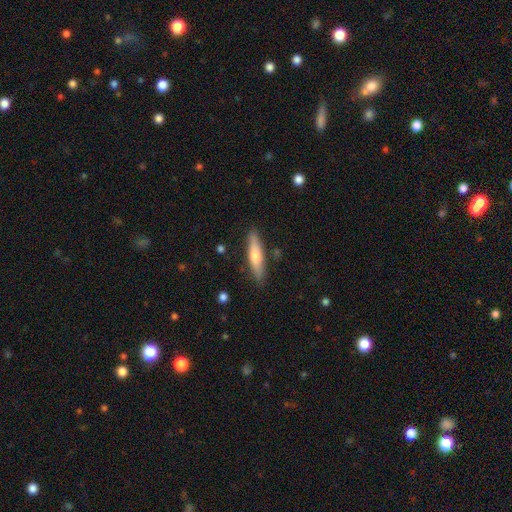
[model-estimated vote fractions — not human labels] This appears to be a smooth galaxy with no disk features (59%) that is cigar-shaped (80%). Merging: none (86%).